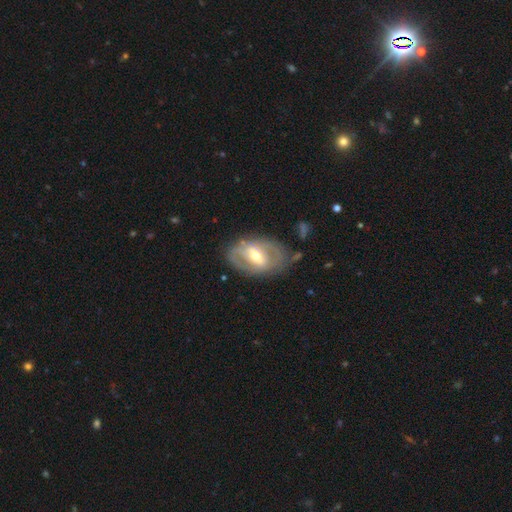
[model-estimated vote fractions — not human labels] Overall: featured or disk (71%). Edge-on disk: no (94%). Bar: weak (42%; strong 40%). Spiral arms: yes (61%; no 39%). Bulge size: moderate (67%). Merging: none (67%).